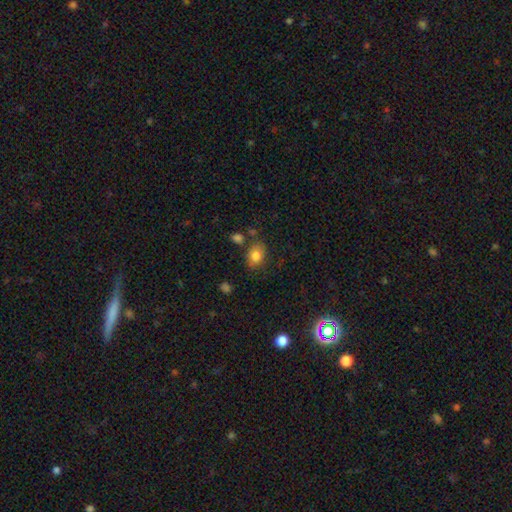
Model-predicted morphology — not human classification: smooth-or-featured: smooth: 82% | star or artifact: 10% | featured or disk: 9%
  how-rounded: in between: 64% | round: 35% | cigar-shaped: 1%
  merging: none: 73% | minor disturbance: 16% | merger: 7% | major disturbance: 4%